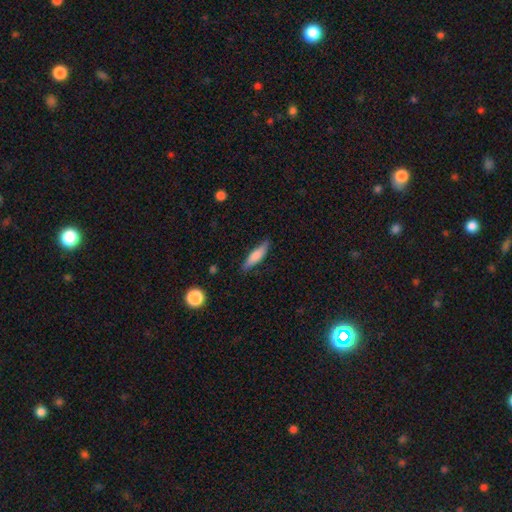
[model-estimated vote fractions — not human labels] This appears to be a smooth galaxy with no disk features (73%) that is cigar-shaped (71%). Merging: none (82%).